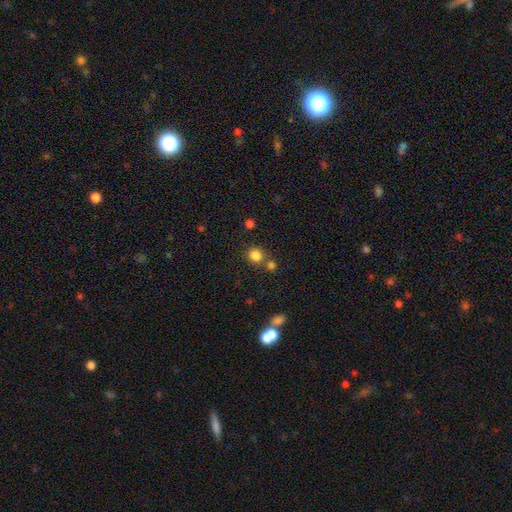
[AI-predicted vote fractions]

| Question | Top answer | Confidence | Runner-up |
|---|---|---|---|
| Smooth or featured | smooth | 83% | star or artifact (12%) |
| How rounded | round | 81% | in between (18%) |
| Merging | none | 68% | merger (20%) |